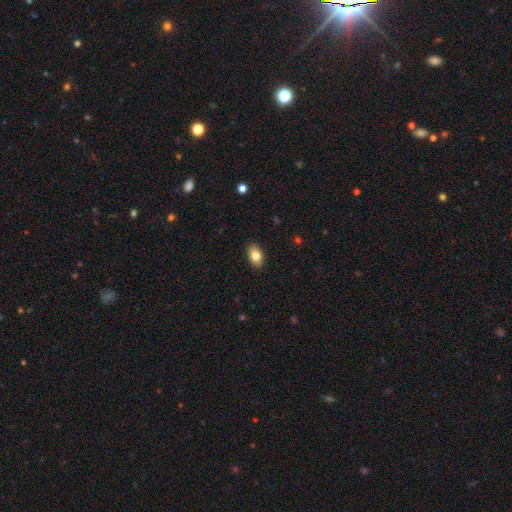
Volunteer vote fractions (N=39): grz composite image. It shows a smooth galaxy with no disk features (79%) that is in between round and cigar-shaped (94%). Merging: none (91%).